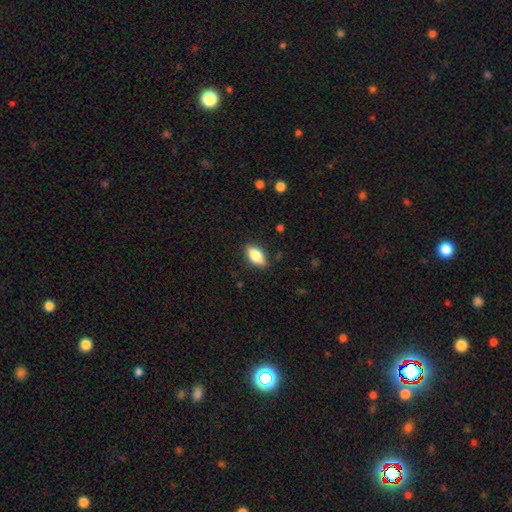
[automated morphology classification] Smooth or featured?
  - smooth: 79% *
  - featured or disk: 14%
  - star or artifact: 7%
How rounded?
  - in between: 88% *
  - cigar-shaped: 7%
  - round: 5%
Merging?
  - none: 85% *
  - minor disturbance: 11%
  - major disturbance: 2%
  - merger: 1%